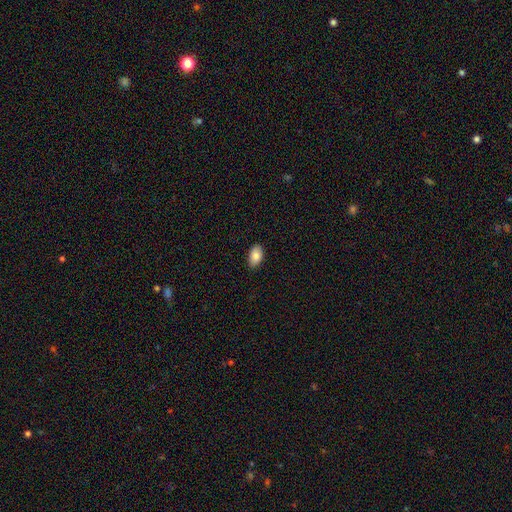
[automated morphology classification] A smooth galaxy with no disk features (85%) that is in between round and cigar-shaped (93%).

Vote fractions:
- Smooth or featured? smooth: 85% / featured or disk: 8% / star or artifact: 7%
- How rounded? in between: 93% / round: 5% / cigar-shaped: 1%
- Merging? none: 87% / minor disturbance: 10% / major disturbance: 2% / merger: 1%